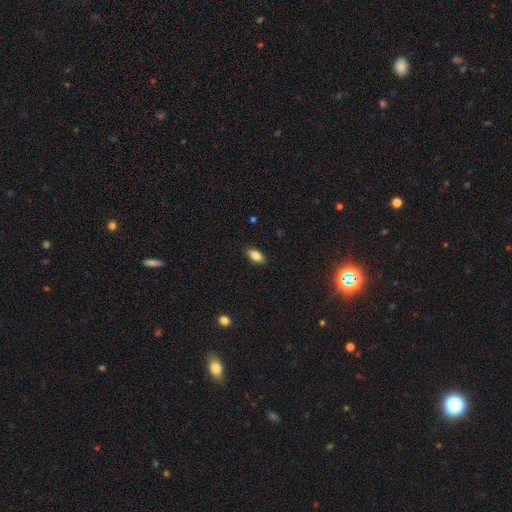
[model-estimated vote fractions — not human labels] smooth_or_featured: smooth (p=0.84) [alt: featured or disk p=0.08]
how_rounded: in between (p=0.90) [alt: cigar-shaped p=0.05]
merging: none (p=0.88) [alt: minor disturbance p=0.09]